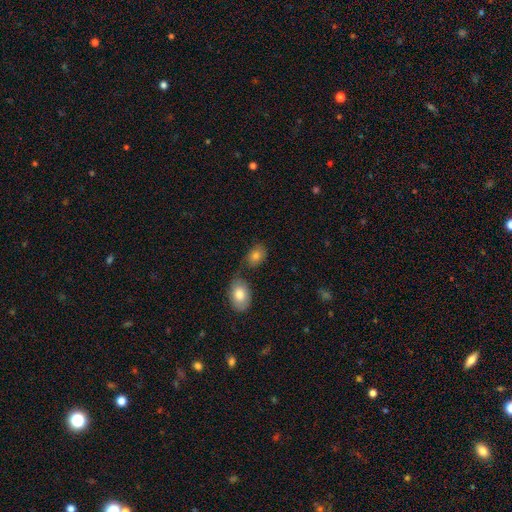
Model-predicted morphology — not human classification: Overall: smooth (81%). How rounded: in between (79%). Merging: none (55%; merger 24%).